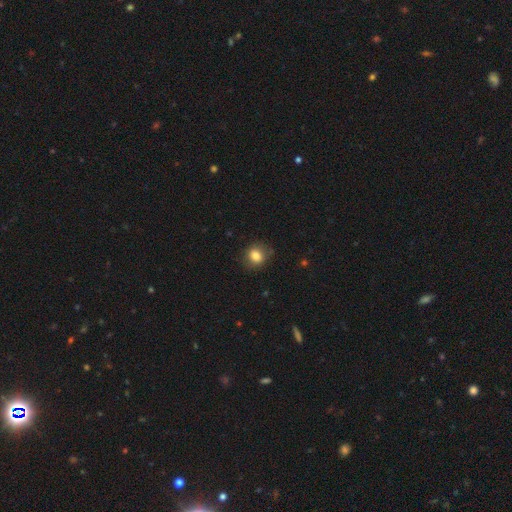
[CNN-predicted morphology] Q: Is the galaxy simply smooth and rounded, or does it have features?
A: smooth — 82%.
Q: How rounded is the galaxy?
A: round — 68%.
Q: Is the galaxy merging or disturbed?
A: none — 78%.